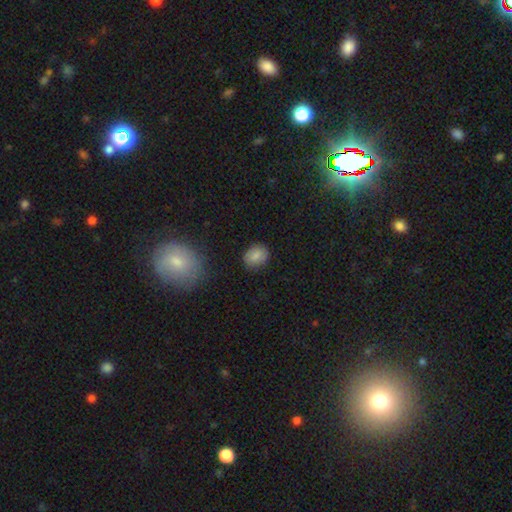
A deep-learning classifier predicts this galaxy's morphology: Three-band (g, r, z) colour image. It shows a smooth galaxy with no disk features (83%) that is in between round and cigar-shaped (55%). Merging: none (83%).